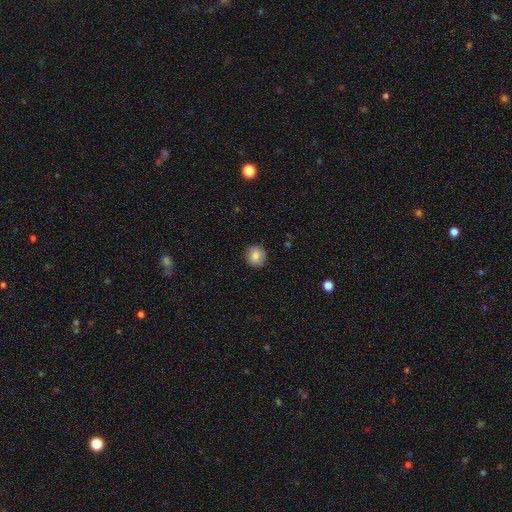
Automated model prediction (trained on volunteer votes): smooth-or-featured: smooth: 84% | star or artifact: 9% | featured or disk: 7%
  how-rounded: round: 94% | in between: 5% | cigar-shaped: 1%
  merging: none: 91% | minor disturbance: 6% | major disturbance: 2% | merger: 1%